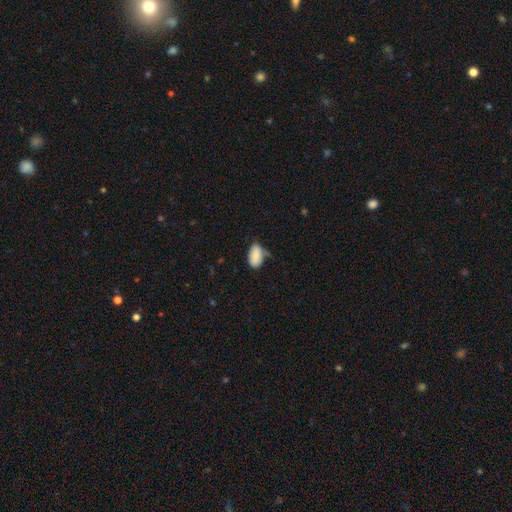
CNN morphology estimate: smooth_or_featured: smooth (p=0.83) [alt: featured or disk p=0.10]
how_rounded: in between (p=0.92) [alt: round p=0.06]
merging: none (p=0.47) [alt: minor disturbance p=0.37]